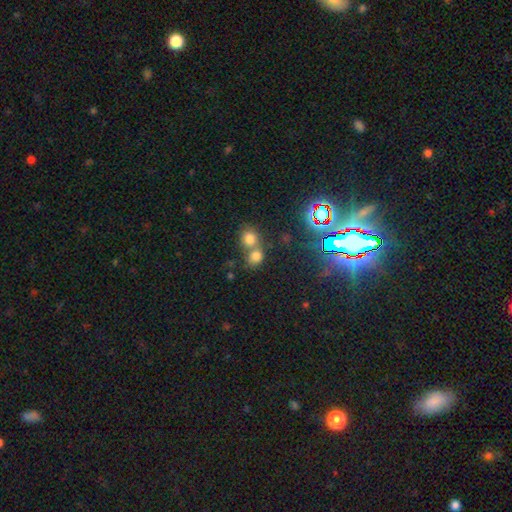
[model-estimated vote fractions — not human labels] This is likely a smooth galaxy (72%). How rounded: likely round (72%). Merging: possibly merger (50%).